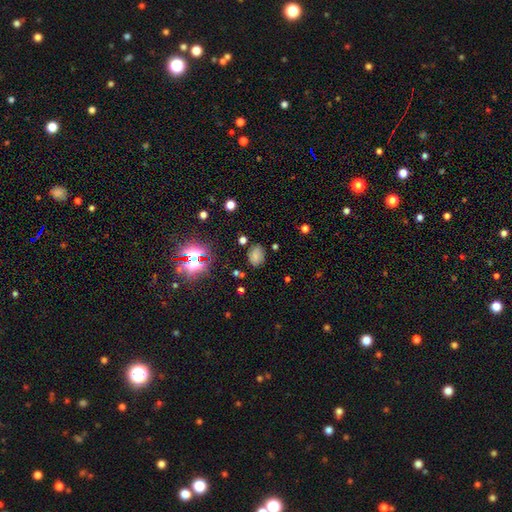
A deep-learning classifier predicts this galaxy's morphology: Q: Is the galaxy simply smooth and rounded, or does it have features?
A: smooth — 68%.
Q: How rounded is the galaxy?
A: in between — 72%.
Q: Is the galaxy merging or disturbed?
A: none — 77%.